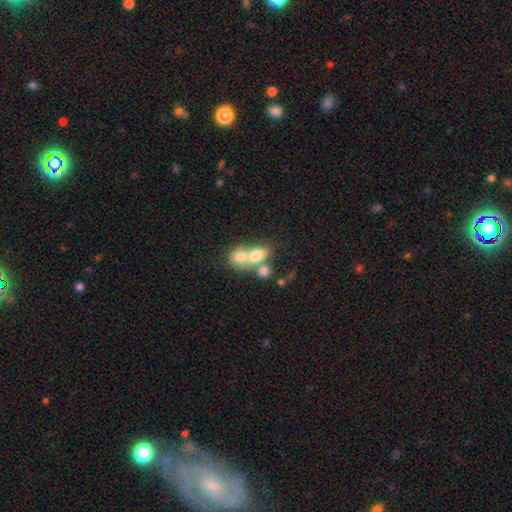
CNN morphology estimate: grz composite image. It shows a smooth galaxy with no disk features (69%) that is in between round and cigar-shaped (55%). Merging: merger (67%).